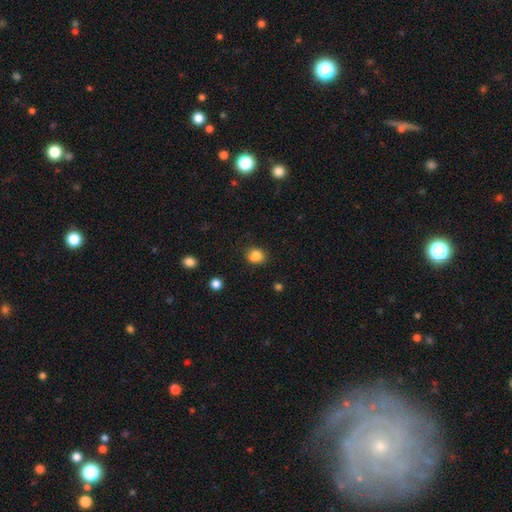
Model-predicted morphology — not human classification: type=smooth (81%); roundness=round (62%); merging=none (60%).